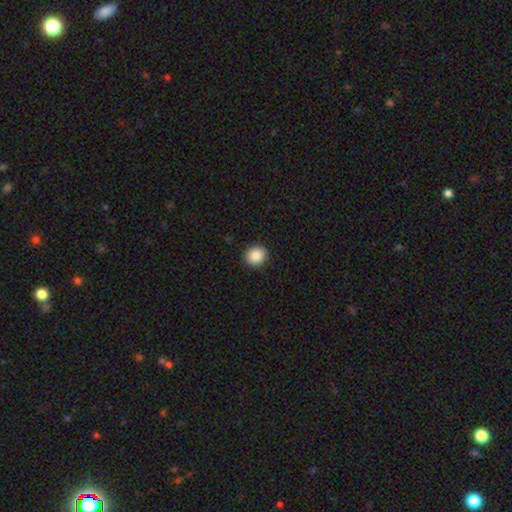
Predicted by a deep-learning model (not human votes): This appears to be a smooth galaxy with no disk features (89%) that is round (80%). Merging: none (91%).